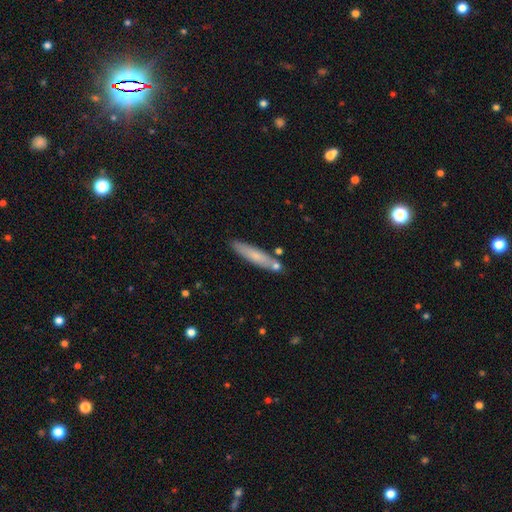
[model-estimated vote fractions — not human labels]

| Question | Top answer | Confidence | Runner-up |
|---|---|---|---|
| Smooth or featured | smooth | 70% | featured or disk (24%) |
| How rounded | cigar-shaped | 88% | in between (10%) |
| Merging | none | 78% | minor disturbance (12%) |